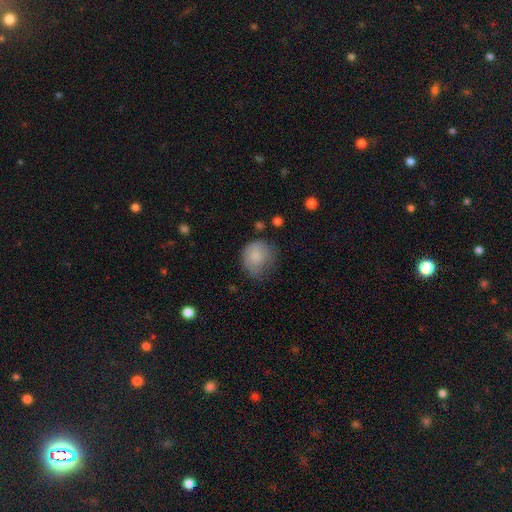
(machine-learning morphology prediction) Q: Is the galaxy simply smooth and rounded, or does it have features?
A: smooth — 80%.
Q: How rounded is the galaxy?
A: round — 70%.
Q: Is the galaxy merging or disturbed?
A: none — 45%.